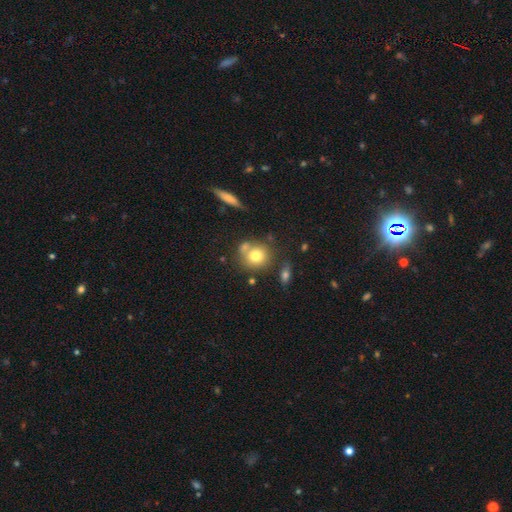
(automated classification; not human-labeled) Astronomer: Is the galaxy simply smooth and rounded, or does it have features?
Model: smooth — 75%.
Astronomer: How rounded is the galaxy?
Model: round — 81%.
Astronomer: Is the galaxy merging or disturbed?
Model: none — 59%.